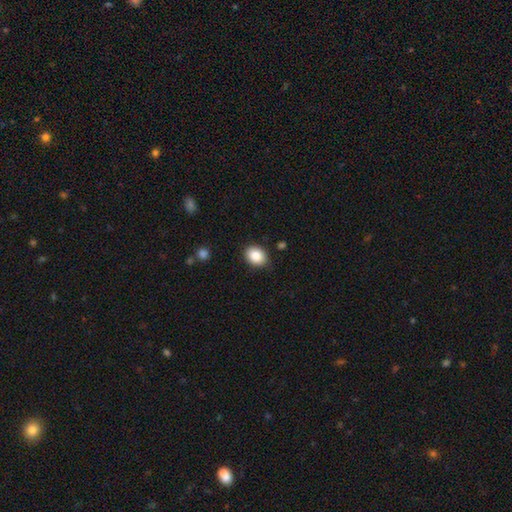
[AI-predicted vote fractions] smooth_or_featured: smooth (p=0.88) [alt: star or artifact p=0.08]
how_rounded: in between (p=0.56) [alt: round p=0.43]
merging: none (p=0.87) [alt: minor disturbance p=0.09]